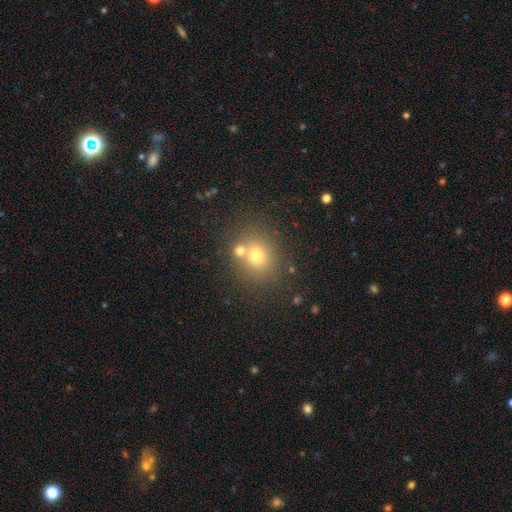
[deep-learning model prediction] smooth_or_featured: smooth (p=0.69) [alt: star or artifact p=0.16]
how_rounded: round (p=0.75) [alt: in between p=0.24]
merging: none (p=0.63) [alt: merger p=0.23]